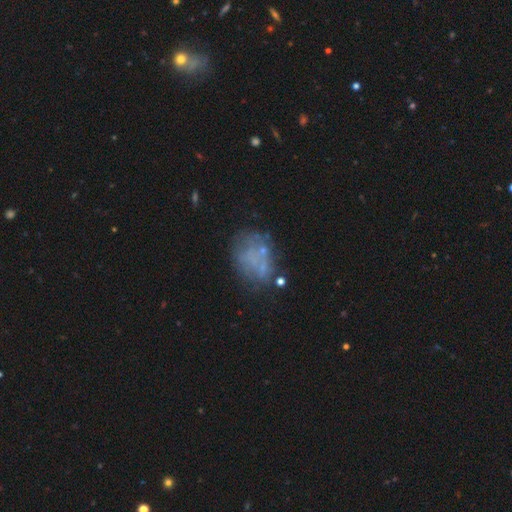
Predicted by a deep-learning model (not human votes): Morphology: type=featured or disk (46%); merging=none (52%).